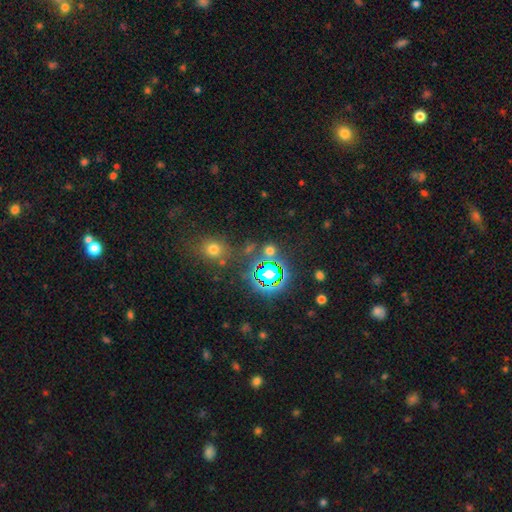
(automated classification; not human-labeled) Smooth or featured?
  - star or artifact: 60% *
  - smooth: 31%
  - featured or disk: 9%